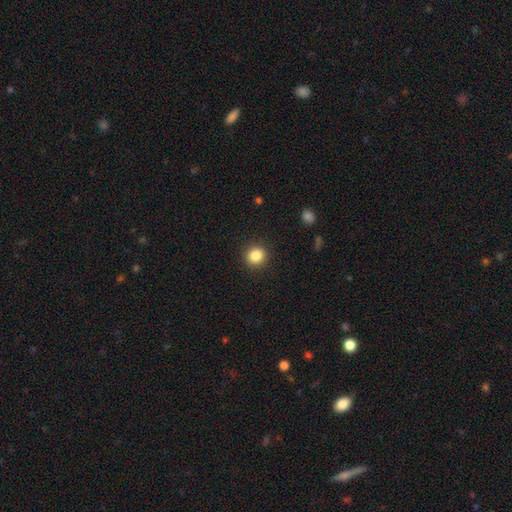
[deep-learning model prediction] smooth 85%, star or artifact 10%, featured or disk 5%. Down the decision tree: how rounded — round (89%); merging — none (91%).